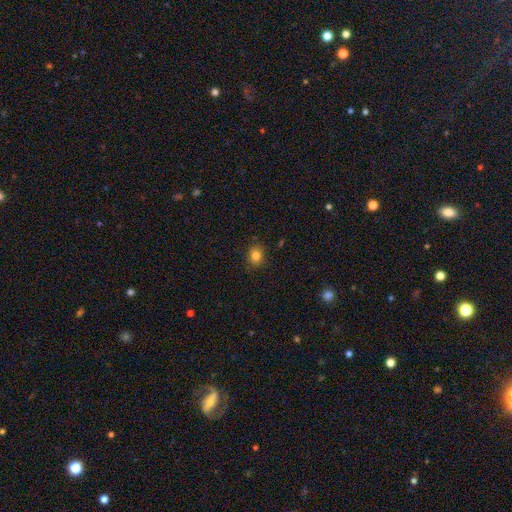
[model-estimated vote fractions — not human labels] smooth 82%, star or artifact 12%, featured or disk 6%. Down the decision tree: how rounded — round (61%); merging — none (86%).